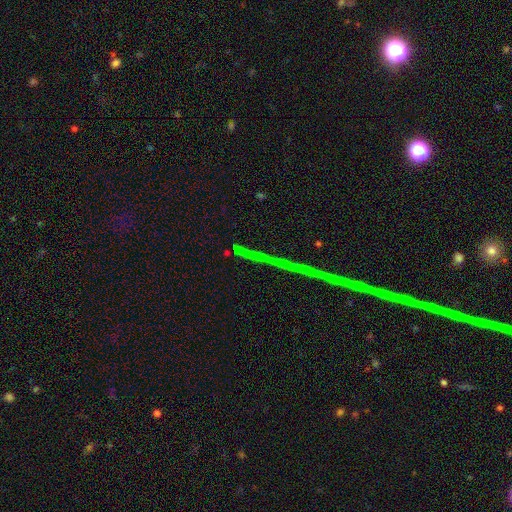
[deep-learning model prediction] Q: Smooth or featured?
A: star or artifact (83%); runner-up: featured or disk (11%)